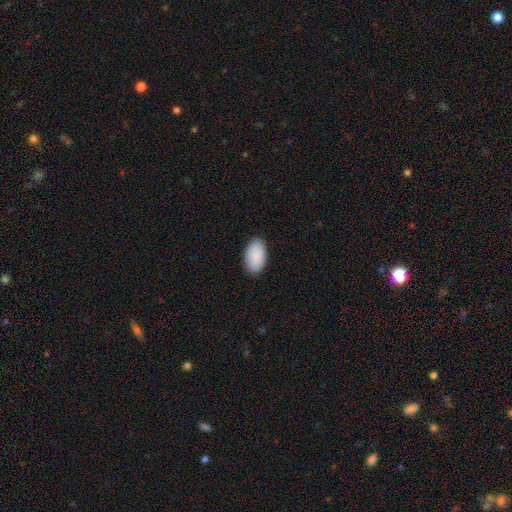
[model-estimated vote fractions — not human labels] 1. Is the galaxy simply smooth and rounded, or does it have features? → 91% smooth, 5% star or artifact, 4% featured or disk.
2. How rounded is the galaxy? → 95% in between, 3% round, 1% cigar-shaped.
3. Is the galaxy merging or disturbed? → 88% none, 10% minor disturbance, 2% major disturbance, 1% merger.